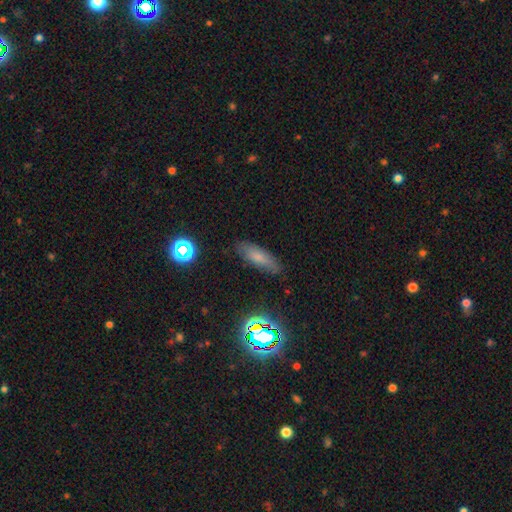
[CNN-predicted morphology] The model was most divided on "how rounded": in between: 51%, cigar-shaped: 45%, round: 4%. More confident: merging — none (83%); smooth or featured — smooth (67%).